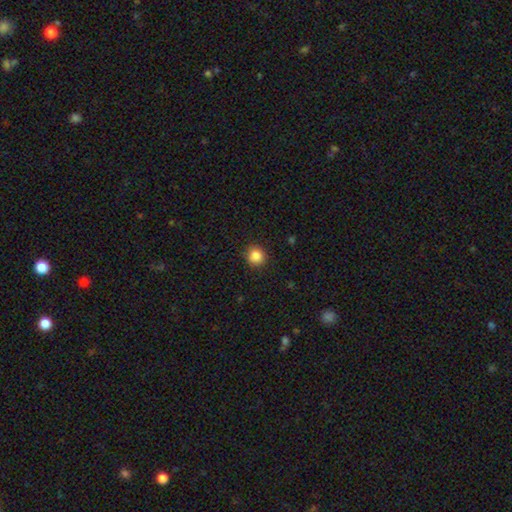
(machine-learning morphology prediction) smooth-or-featured: smooth: 86% | star or artifact: 10% | featured or disk: 4%
  how-rounded: round: 92% | in between: 7% | cigar-shaped: 1%
  merging: none: 90% | minor disturbance: 7% | major disturbance: 2% | merger: 1%